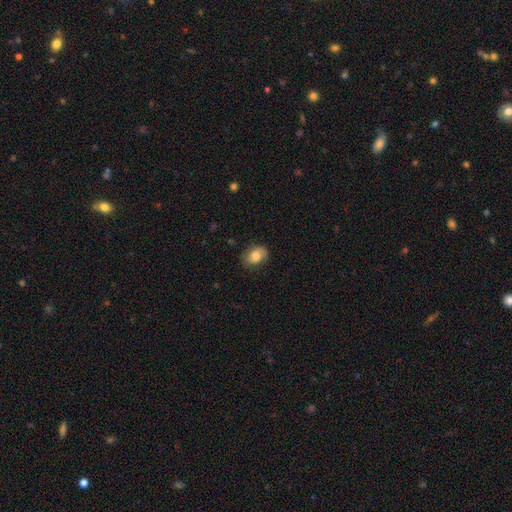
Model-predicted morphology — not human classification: The model was most divided on "how rounded": in between: 75%, round: 24%, cigar-shaped: 1%. More confident: merging — none (77%); smooth or featured — smooth (75%).